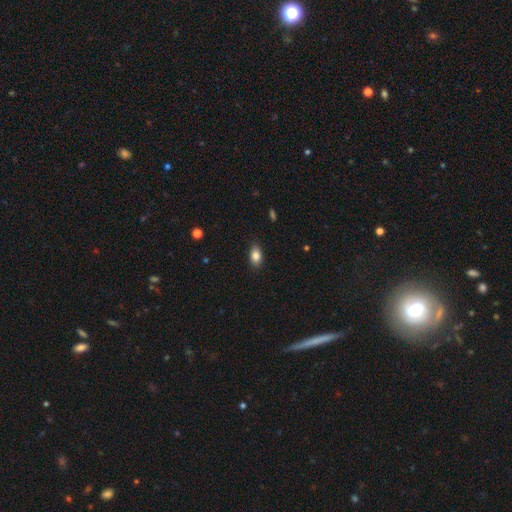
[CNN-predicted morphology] This appears to be a smooth galaxy with no disk features (84%) that is in between round and cigar-shaped (88%). Merging: none (86%).